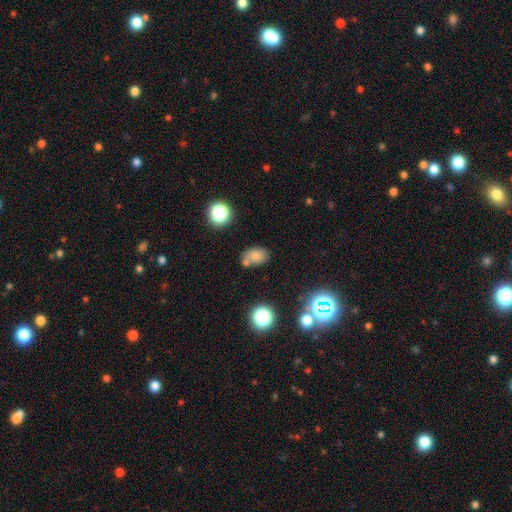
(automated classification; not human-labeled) Overall: smooth (72%). How rounded: in between (74%). Merging: none (53%; merger 23%).